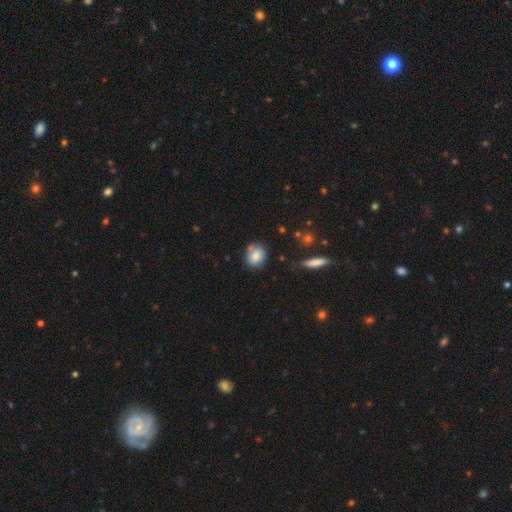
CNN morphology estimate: Overall: smooth (79%). How rounded: round (61%; in between 37%). Merging: none (66%).